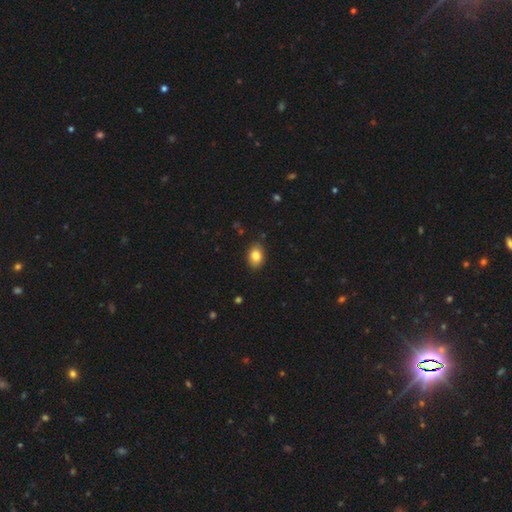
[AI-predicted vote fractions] smooth 84%, star or artifact 8%, featured or disk 7%. Down the decision tree: how rounded — in between (78%); merging — none (87%).